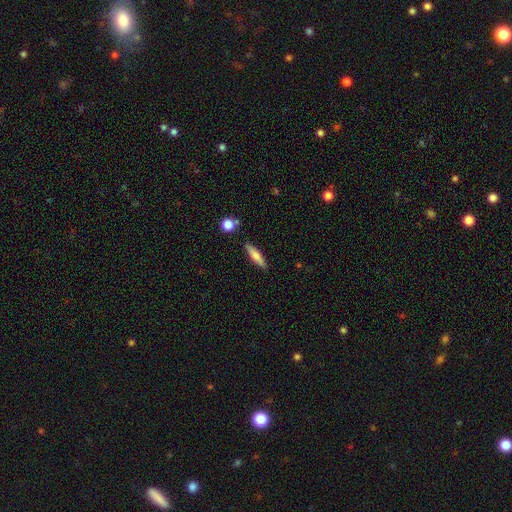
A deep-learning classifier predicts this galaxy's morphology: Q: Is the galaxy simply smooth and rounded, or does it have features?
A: smooth — 67%.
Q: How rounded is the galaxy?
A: cigar-shaped — 79%.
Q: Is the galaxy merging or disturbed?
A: none — 87%.